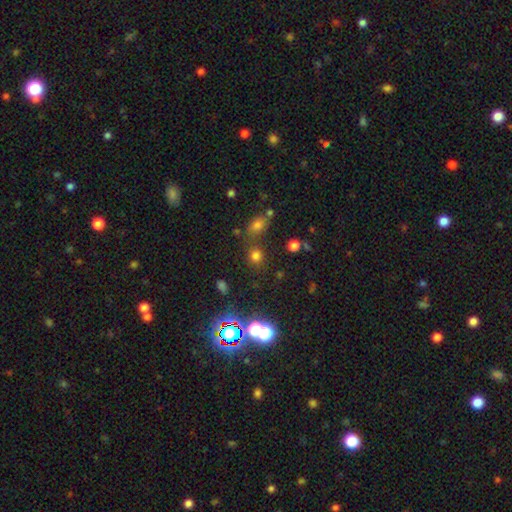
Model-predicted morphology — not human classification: smooth 68%, star or artifact 26%, featured or disk 7%. Down the decision tree: how rounded — round (81%); merging — none (73%).